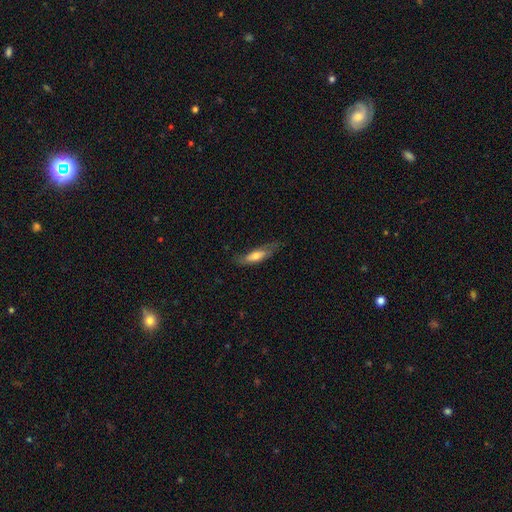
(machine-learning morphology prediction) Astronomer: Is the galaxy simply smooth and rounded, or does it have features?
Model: smooth — 55% (runner-up: featured or disk, 39%).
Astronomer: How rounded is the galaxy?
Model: cigar-shaped — 51% (runner-up: in between, 47%).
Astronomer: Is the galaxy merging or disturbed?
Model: none — 64%.